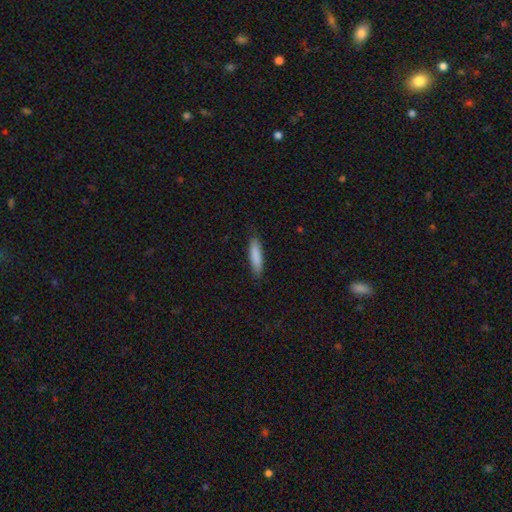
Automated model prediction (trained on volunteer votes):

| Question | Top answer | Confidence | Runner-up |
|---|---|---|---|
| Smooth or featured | smooth | 86% | featured or disk (8%) |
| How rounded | cigar-shaped | 74% | in between (25%) |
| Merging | none | 86% | minor disturbance (11%) |